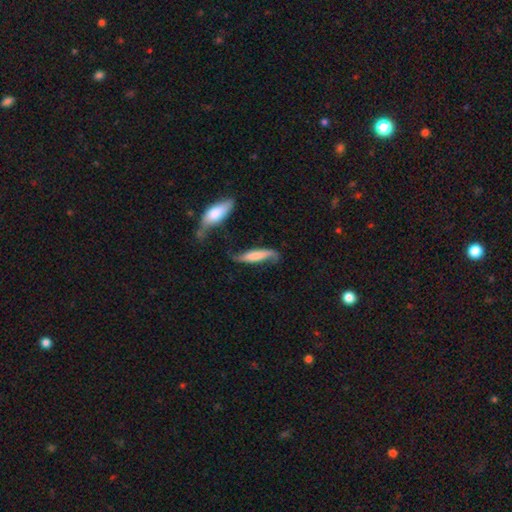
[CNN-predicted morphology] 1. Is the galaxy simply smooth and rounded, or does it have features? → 47% featured or disk, 46% smooth, 6% star or artifact.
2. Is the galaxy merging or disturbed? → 47% none, 29% minor disturbance, 16% major disturbance, 8% merger.